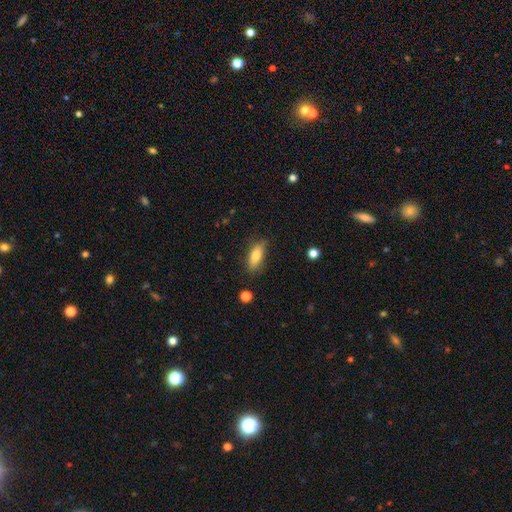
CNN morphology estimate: smooth 77%, featured or disk 16%, star or artifact 7%. Down the decision tree: how rounded — in between (67%); merging — none (77%).